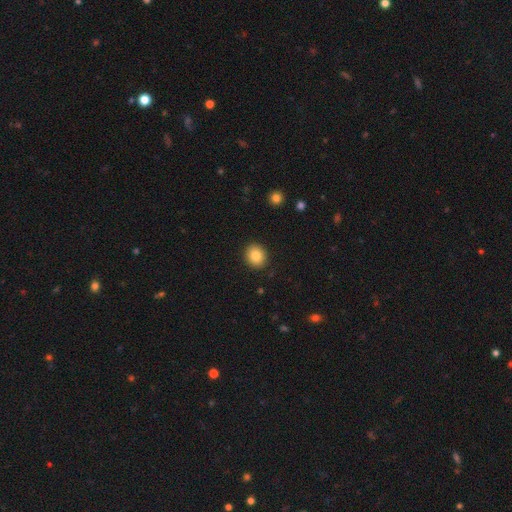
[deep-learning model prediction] smooth 84%, star or artifact 9%, featured or disk 7%. Down the decision tree: how rounded — round (74%); merging — none (91%).